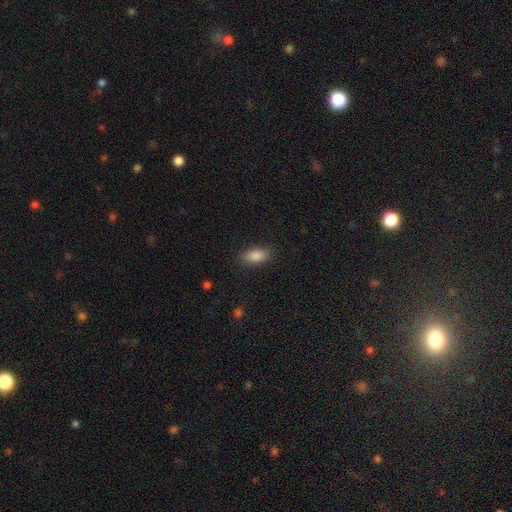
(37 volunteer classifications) smooth-or-featured: smooth: 86% | featured or disk: 11% | star or artifact: 3%
  how-rounded: in between: 97% | cigar-shaped: 3% | round: 0%
  merging: none: 97% | minor disturbance: 3% | major disturbance: 0% | merger: 0%